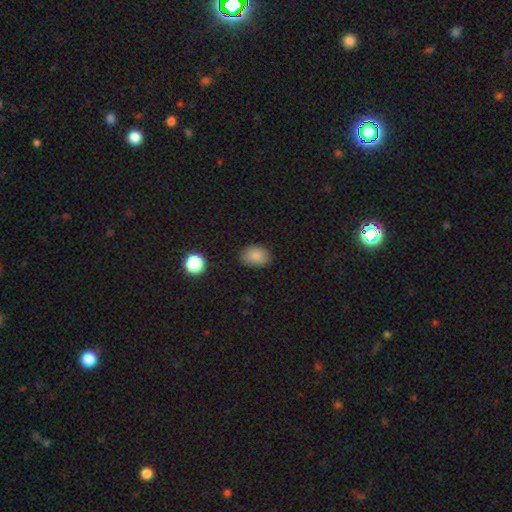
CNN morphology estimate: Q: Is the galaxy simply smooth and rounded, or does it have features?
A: smooth — 85%.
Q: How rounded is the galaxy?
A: in between — 75%.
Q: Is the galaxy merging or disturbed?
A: none — 82%.